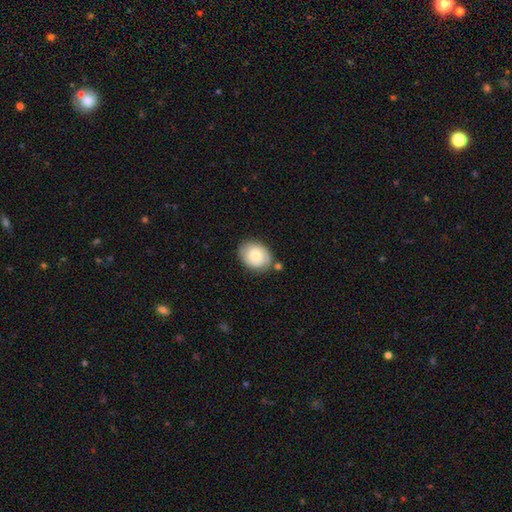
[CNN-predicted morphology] Smooth or featured? Predicted: smooth (p=0.71). How rounded? Predicted: in between (p=0.54). Merging? Predicted: none (p=0.71).